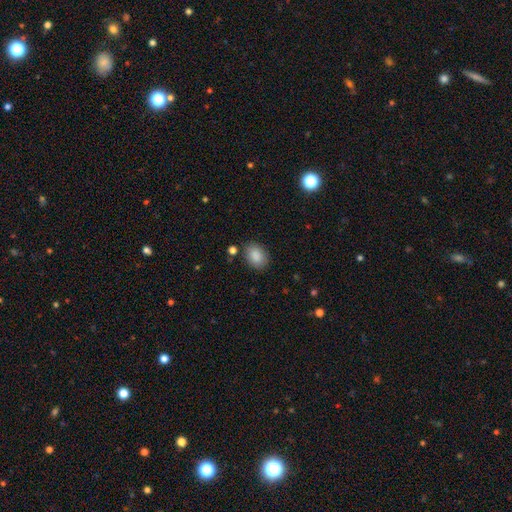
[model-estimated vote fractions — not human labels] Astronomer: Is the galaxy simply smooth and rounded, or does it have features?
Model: smooth — 88%.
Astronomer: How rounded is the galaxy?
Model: in between — 75%.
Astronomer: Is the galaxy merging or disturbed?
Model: none — 82%.